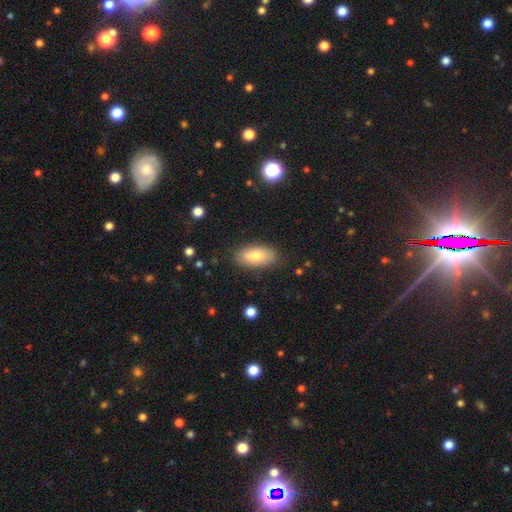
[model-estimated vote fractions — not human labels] The model was most divided on "smooth or featured": smooth: 75%, featured or disk: 18%, star or artifact: 7%. More confident: how rounded — in between (90%); merging — none (84%).